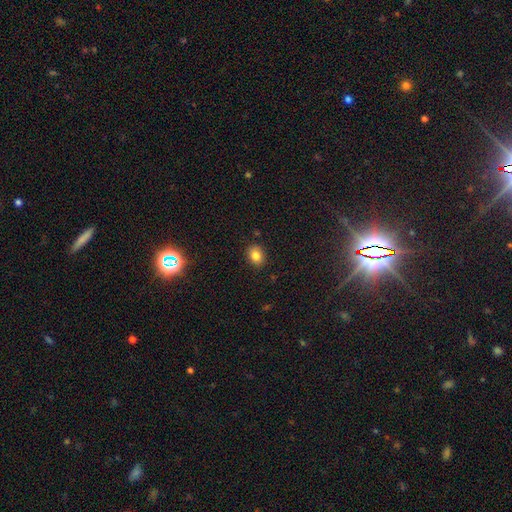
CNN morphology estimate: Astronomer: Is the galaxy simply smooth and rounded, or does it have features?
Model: smooth — 82%.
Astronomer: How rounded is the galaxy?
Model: in between — 51% (runner-up: round, 48%).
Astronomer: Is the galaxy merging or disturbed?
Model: none — 88%.